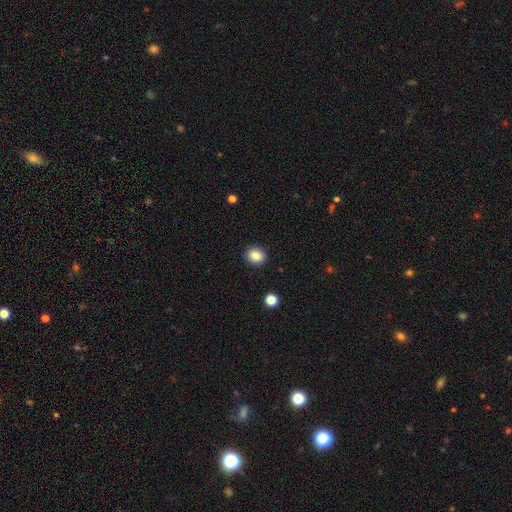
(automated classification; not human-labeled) Smooth or featured?
  - smooth: 86% *
  - star or artifact: 9%
  - featured or disk: 4%
How rounded?
  - round: 74% *
  - in between: 25%
  - cigar-shaped: 1%
Merging?
  - none: 91% *
  - minor disturbance: 6%
  - major disturbance: 2%
  - merger: 1%